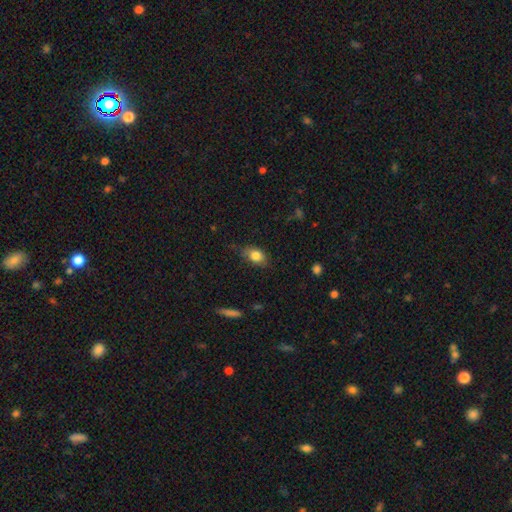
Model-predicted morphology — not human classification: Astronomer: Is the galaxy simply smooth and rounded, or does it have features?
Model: smooth — 81%.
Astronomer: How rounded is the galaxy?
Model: in between — 80%.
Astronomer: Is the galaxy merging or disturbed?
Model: none — 71%.